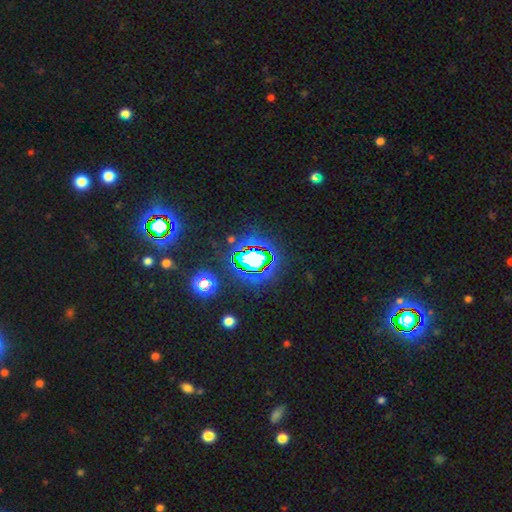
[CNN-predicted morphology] smooth-or-featured: star or artifact: 71% | smooth: 18% | featured or disk: 11%